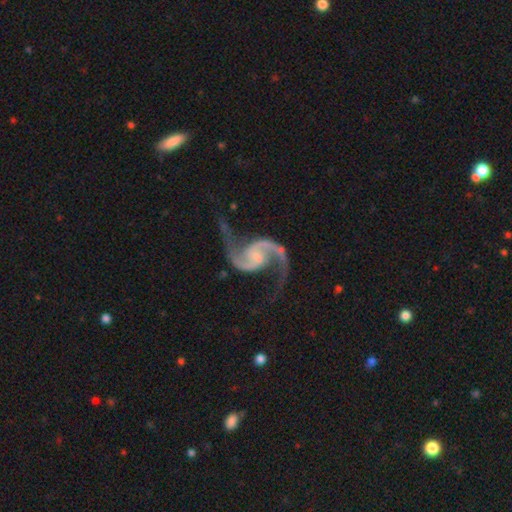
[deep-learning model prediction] The model was most divided on "bulge size": none: 41%, small: 39%, moderate: 16%, large: 3%, dominant: 1%. Remaining: spiral arms — yes (99%); edge-on disk — no (98%); spiral arm count — 2 (95%); smooth or featured — featured or disk (94%); merging — none (72%); spiral winding — loose (56%); bar — no (45%).